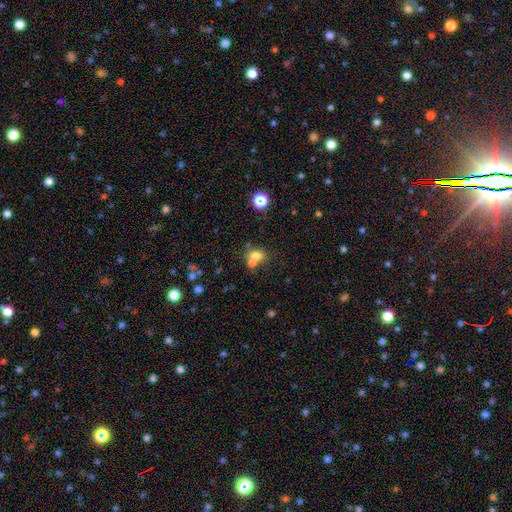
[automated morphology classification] A smooth galaxy with no disk features (69%) that is round (58%).

Vote fractions:
- Smooth or featured? smooth: 69% / star or artifact: 17% / featured or disk: 14%
- How rounded? round: 58% / in between: 41% / cigar-shaped: 1%
- Merging? merger: 45% / none: 42% / minor disturbance: 9% / major disturbance: 4%